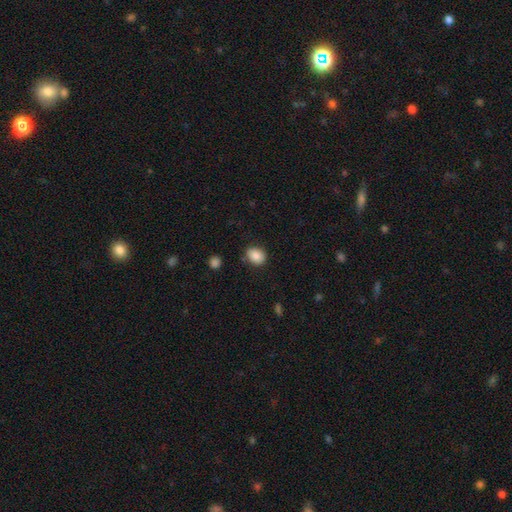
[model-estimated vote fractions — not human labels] smooth 86%, star or artifact 9%, featured or disk 5%. Down the decision tree: how rounded — round (51%); merging — none (81%).